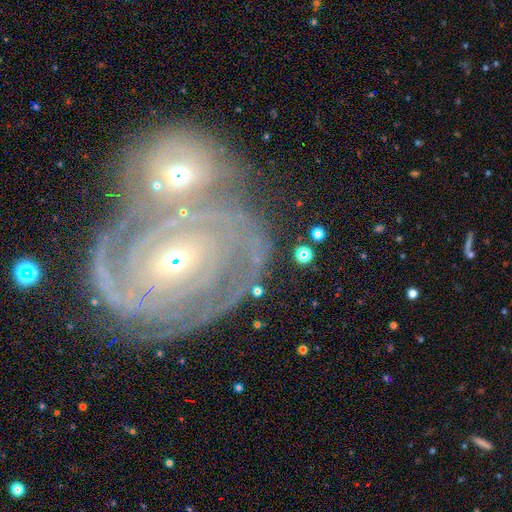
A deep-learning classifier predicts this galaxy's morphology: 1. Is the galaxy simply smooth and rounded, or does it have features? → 77% featured or disk, 12% smooth, 10% star or artifact.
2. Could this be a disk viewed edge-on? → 96% no, 4% yes.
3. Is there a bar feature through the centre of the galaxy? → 52% no, 30% weak, 18% strong.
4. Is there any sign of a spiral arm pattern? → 91% yes, 9% no.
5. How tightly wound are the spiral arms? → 79% tight, 17% medium, 4% loose.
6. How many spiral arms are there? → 35% can't tell, 19% 2, 16% 3, 11% 4, 11% more than 4, 8% 1.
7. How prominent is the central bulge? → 56% small, 36% moderate, 4% large, 3% none, 2% dominant.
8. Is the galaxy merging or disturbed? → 49% none, 32% merger, 12% minor disturbance, 7% major disturbance.